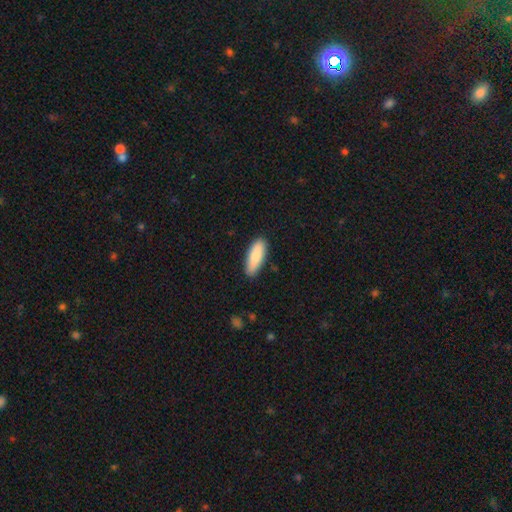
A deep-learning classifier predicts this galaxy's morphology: Smooth or featured? smooth (84%)
How rounded? in between (65%)
Merging? none (86%)